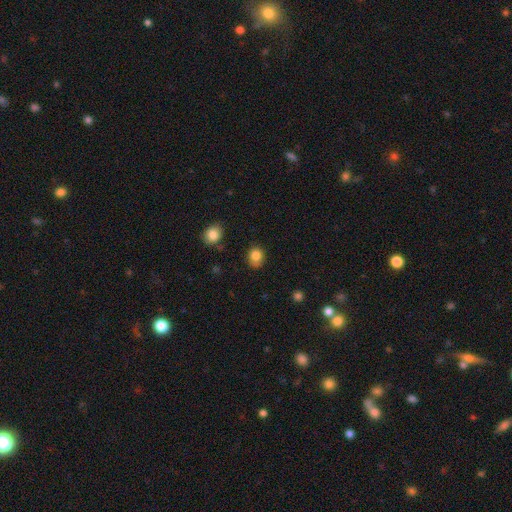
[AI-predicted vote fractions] Smooth or featured? Predicted: smooth (p=0.83). How rounded? Predicted: round (p=0.66). Merging? Predicted: none (p=0.74).